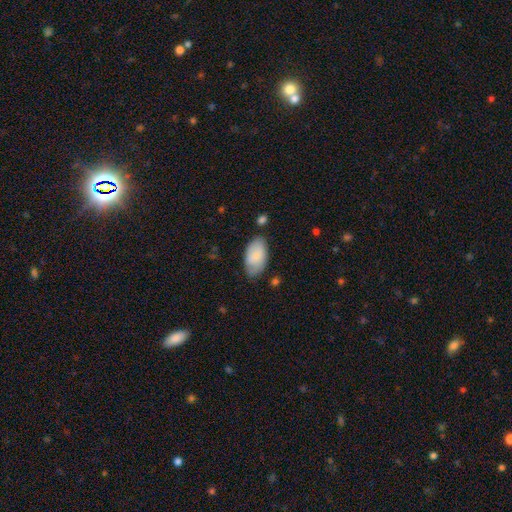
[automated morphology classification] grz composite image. It shows a smooth galaxy with no disk features (78%) that is in between round and cigar-shaped (95%). Merging: none (70%).